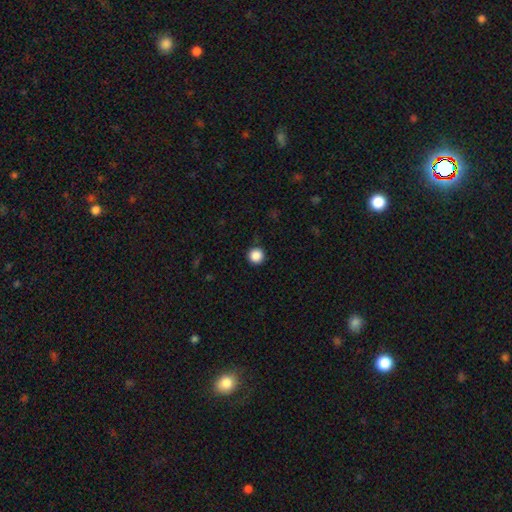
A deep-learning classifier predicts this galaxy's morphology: This is clearly a smooth galaxy (87%). How rounded: clearly round (96%). Merging: clearly none (91%).